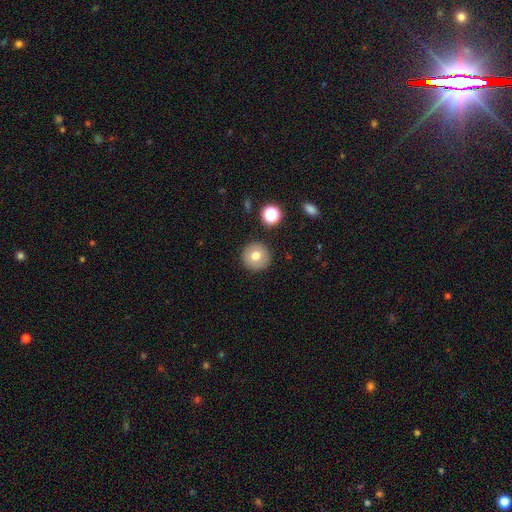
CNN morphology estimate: A smooth galaxy with no disk features (75%) that is round (95%).

Vote fractions:
- Smooth or featured? smooth: 75% / featured or disk: 15% / star or artifact: 11%
- How rounded? round: 95% / in between: 4% / cigar-shaped: 1%
- Merging? none: 90% / minor disturbance: 6% / major disturbance: 2% / merger: 2%